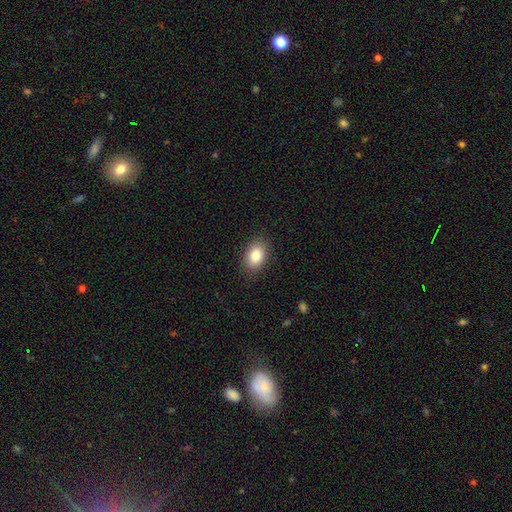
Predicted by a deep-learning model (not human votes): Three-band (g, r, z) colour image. It shows a smooth galaxy with no disk features (85%) that is in between round and cigar-shaped (85%). Merging: none (88%).